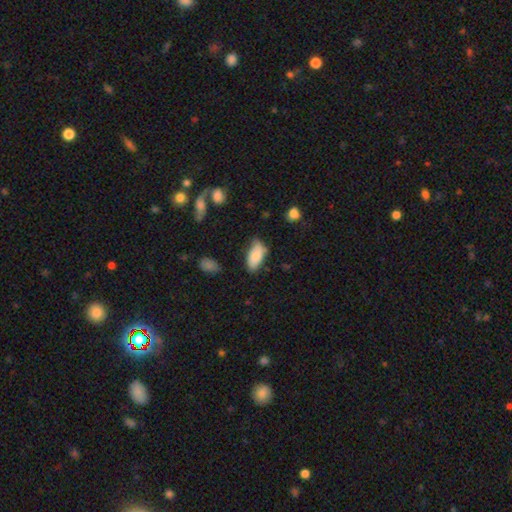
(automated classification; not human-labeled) A smooth galaxy with no disk features (79%) that is in between round and cigar-shaped (91%). Merging: none (57%).